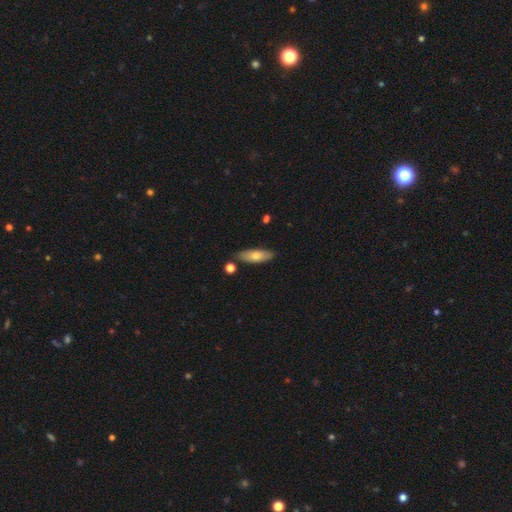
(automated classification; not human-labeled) Smooth or featured?
  - smooth: 70% *
  - featured or disk: 24%
  - star or artifact: 6%
How rounded?
  - in between: 62% *
  - cigar-shaped: 36%
  - round: 2%
Merging?
  - none: 81% *
  - minor disturbance: 12%
  - merger: 4%
  - major disturbance: 2%